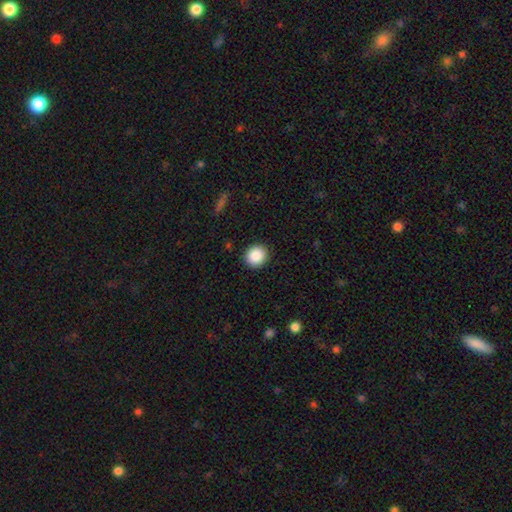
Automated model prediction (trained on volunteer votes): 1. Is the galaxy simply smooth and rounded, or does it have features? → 88% smooth, 9% star or artifact, 3% featured or disk.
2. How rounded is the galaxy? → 88% round, 11% in between, 1% cigar-shaped.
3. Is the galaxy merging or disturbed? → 91% none, 6% minor disturbance, 2% major disturbance, 1% merger.